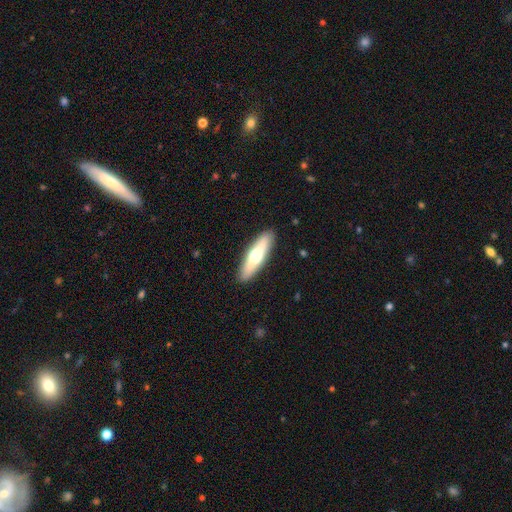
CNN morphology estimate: A smooth galaxy with no disk features (54%) that is cigar-shaped (66%). Merging: none (89%).